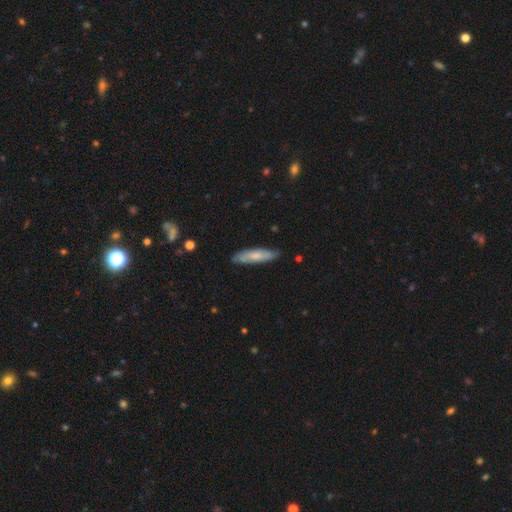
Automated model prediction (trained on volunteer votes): A smooth galaxy with no disk features (66%) that is cigar-shaped (77%). Merging: none (83%).